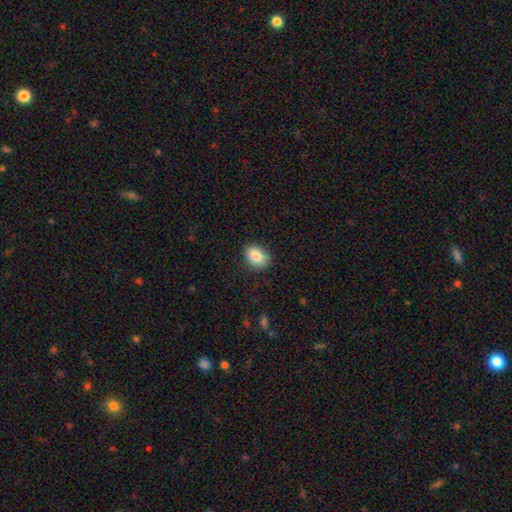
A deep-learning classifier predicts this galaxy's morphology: smooth_or_featured: smooth (p=0.86) [alt: star or artifact p=0.08]
how_rounded: in between (p=0.75) [alt: round p=0.23]
merging: none (p=0.85) [alt: minor disturbance p=0.11]